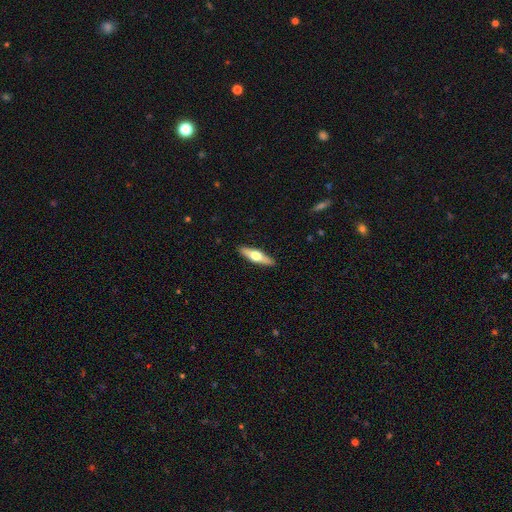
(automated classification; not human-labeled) Smooth or featured? Predicted: featured or disk (p=0.49). Merging? Predicted: none (p=0.90).